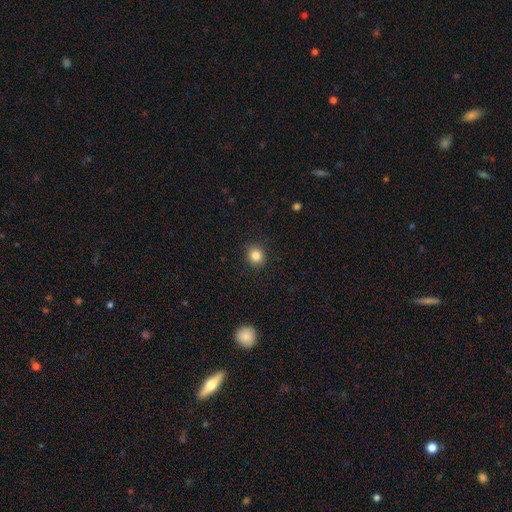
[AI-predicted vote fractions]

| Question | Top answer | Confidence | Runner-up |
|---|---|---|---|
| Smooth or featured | smooth | 83% | star or artifact (11%) |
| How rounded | round | 84% | in between (15%) |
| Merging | none | 90% | minor disturbance (7%) |